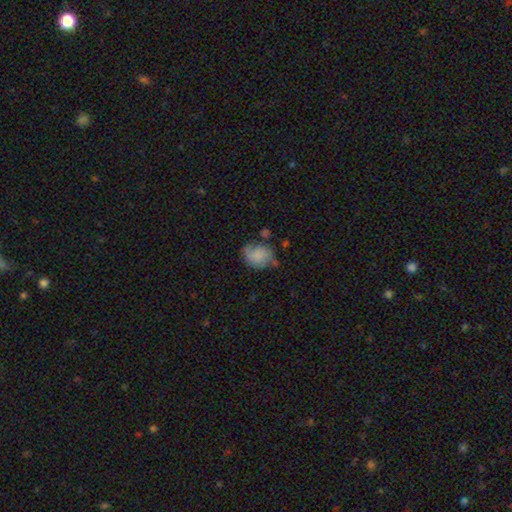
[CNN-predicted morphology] smooth 72%, featured or disk 19%, star or artifact 9%. Down the decision tree: how rounded — in between (53%); merging — none (48%).